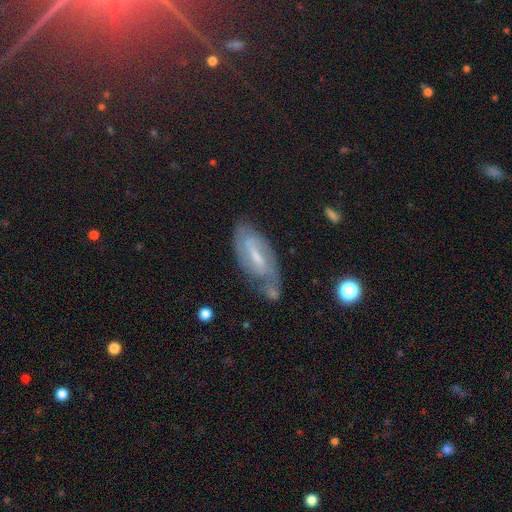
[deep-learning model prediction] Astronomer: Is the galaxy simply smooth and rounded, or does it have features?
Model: featured or disk — 76%.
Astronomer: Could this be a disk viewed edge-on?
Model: no — 91%.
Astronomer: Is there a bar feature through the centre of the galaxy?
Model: weak — 50% (runner-up: strong, 36%).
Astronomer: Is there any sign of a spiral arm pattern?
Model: yes — 90%.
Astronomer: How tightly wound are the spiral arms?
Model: medium — 45% (runner-up: tight, 41%).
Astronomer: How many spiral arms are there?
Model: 2 — 74%.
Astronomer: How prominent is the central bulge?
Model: small — 54% (runner-up: moderate, 33%).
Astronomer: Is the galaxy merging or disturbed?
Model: none — 62%.